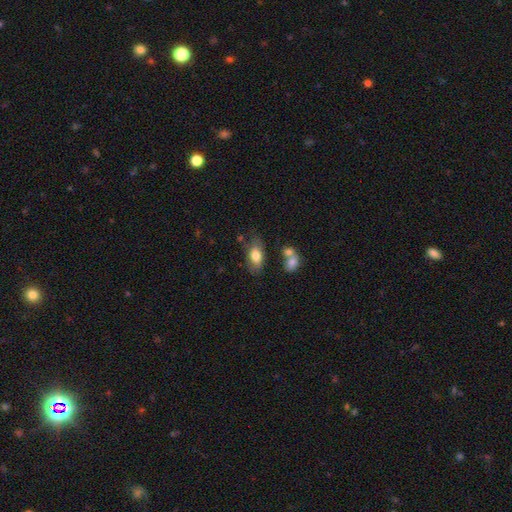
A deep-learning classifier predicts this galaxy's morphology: smooth_or_featured: smooth (p=0.77) [alt: featured or disk p=0.16]
how_rounded: in between (p=0.88) [alt: cigar-shaped p=0.08]
merging: none (p=0.64) [alt: minor disturbance p=0.20]